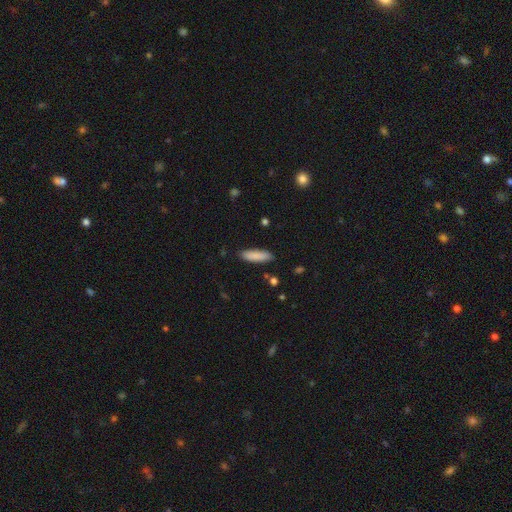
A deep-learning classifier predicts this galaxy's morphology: This is clearly a smooth galaxy (87%). How rounded: possibly cigar-shaped (57%). Merging: clearly none (86%).